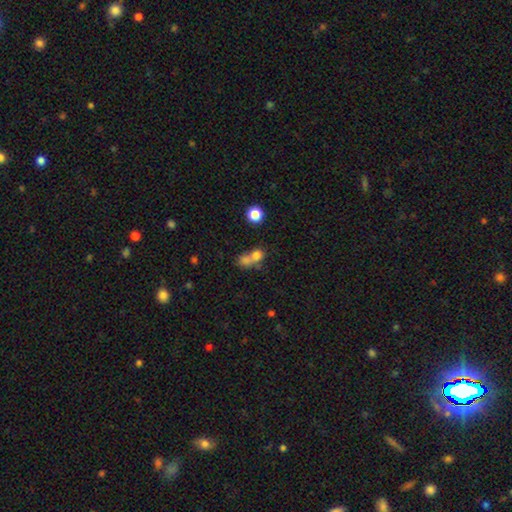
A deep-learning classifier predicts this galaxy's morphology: This is likely a smooth galaxy (70%). How rounded: likely round (71%). Merging: likely merger (60%).